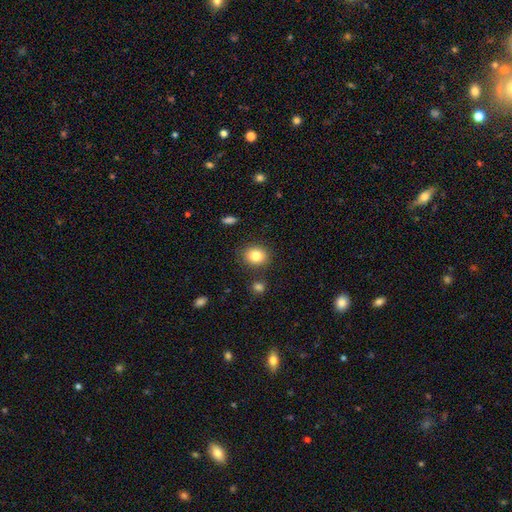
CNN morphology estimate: This is clearly a smooth galaxy (83%). How rounded: likely round (65%). Merging: clearly none (84%).